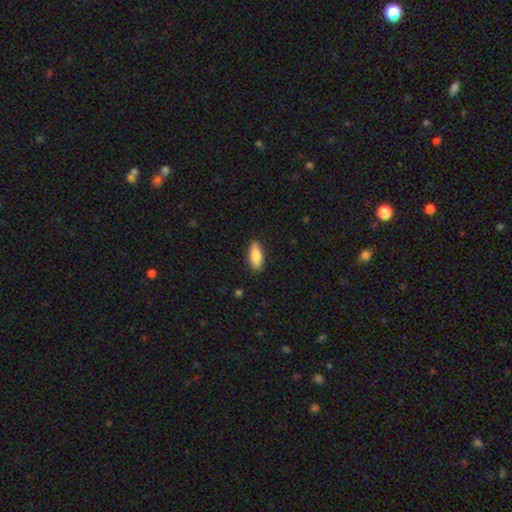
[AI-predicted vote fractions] smooth-or-featured: smooth: 85% | featured or disk: 10% | star or artifact: 6%
  how-rounded: in between: 79% | cigar-shaped: 19% | round: 2%
  merging: none: 89% | minor disturbance: 8% | major disturbance: 2% | merger: 1%